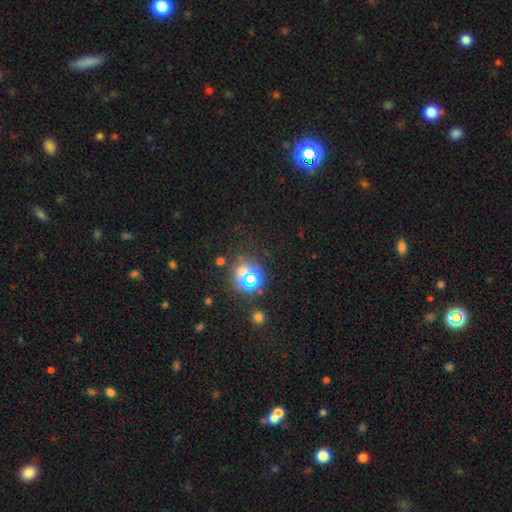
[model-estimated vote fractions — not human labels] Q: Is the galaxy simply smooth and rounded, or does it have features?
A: star or artifact — 48%.